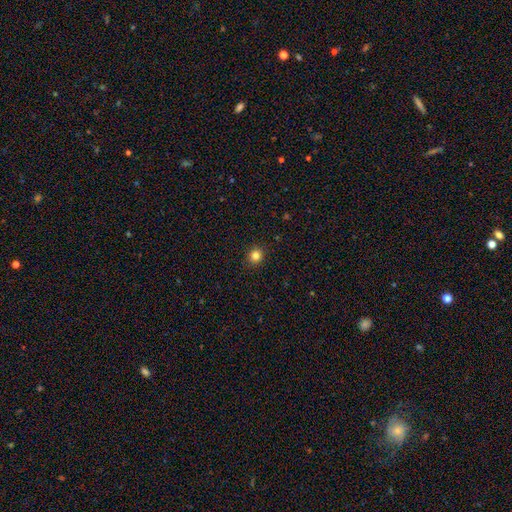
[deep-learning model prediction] A smooth galaxy with no disk features (82%) that is round (88%).

Vote fractions:
- Smooth or featured? smooth: 82% / star or artifact: 13% / featured or disk: 5%
- How rounded? round: 88% / in between: 11% / cigar-shaped: 1%
- Merging? none: 92% / minor disturbance: 6% / major disturbance: 2% / merger: 1%